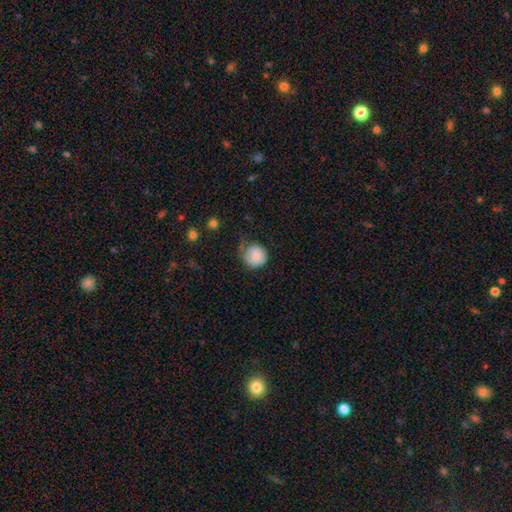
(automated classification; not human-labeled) smooth-or-featured: smooth: 79% | featured or disk: 14% | star or artifact: 7%
  how-rounded: round: 90% | in between: 9% | cigar-shaped: 1%
  merging: none: 49% | minor disturbance: 33% | major disturbance: 16% | merger: 2%